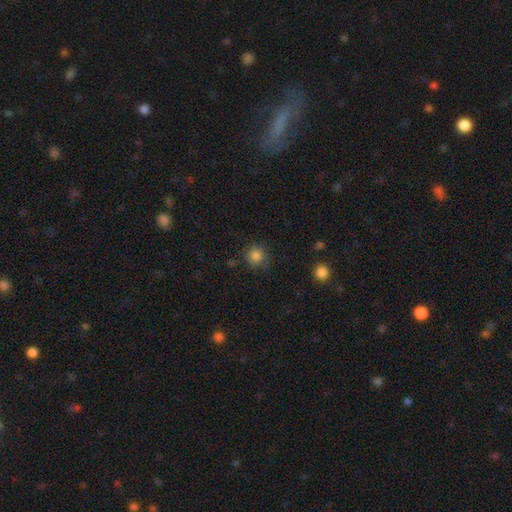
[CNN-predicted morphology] Smooth or featured?
  - smooth: 84% *
  - star or artifact: 11%
  - featured or disk: 5%
How rounded?
  - round: 89% *
  - in between: 10%
  - cigar-shaped: 1%
Merging?
  - none: 79% *
  - minor disturbance: 15%
  - major disturbance: 4%
  - merger: 2%